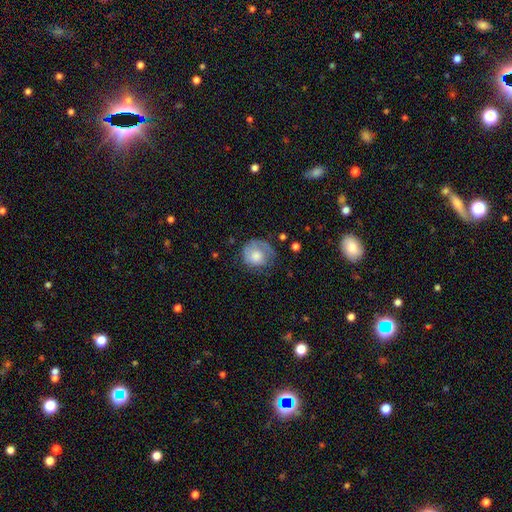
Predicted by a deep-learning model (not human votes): Overall: smooth (55%; featured or disk 37%). How rounded: round (79%). Merging: none (55%; minor disturbance 25%).